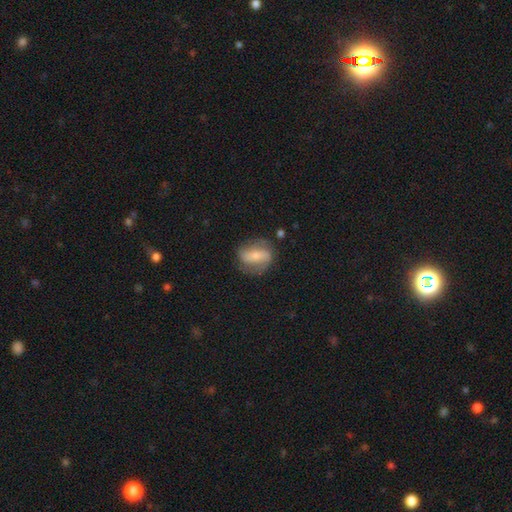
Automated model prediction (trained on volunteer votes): Overall: featured or disk (59%; smooth 33%). Edge-on disk: no (94%). Bar: strong (39%; weak 33%). Spiral arms: yes (81%). Bulge size: small (49%; moderate 38%). Merging: none (68%).